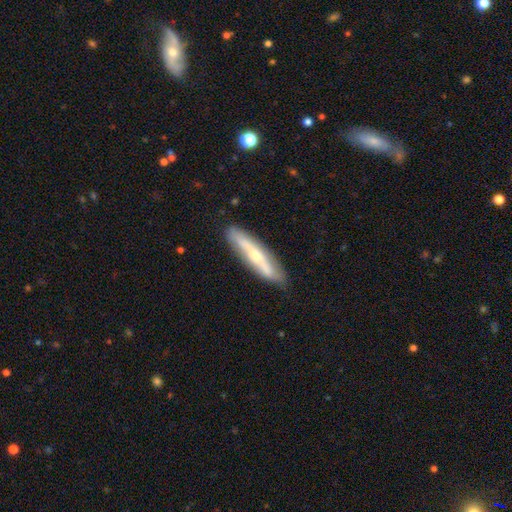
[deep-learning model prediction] smooth_or_featured: featured or disk (p=0.56) [alt: smooth p=0.38]
disk_edge_on: yes (p=0.66) [alt: no p=0.34]
merging: none (p=0.83) [alt: minor disturbance p=0.13]